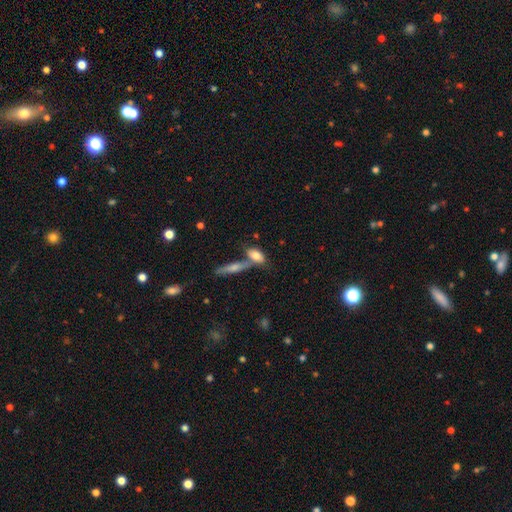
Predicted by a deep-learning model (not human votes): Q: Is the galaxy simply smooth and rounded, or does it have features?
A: smooth — 75%.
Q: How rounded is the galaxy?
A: in between — 78%.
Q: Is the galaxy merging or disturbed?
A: none — 47%.